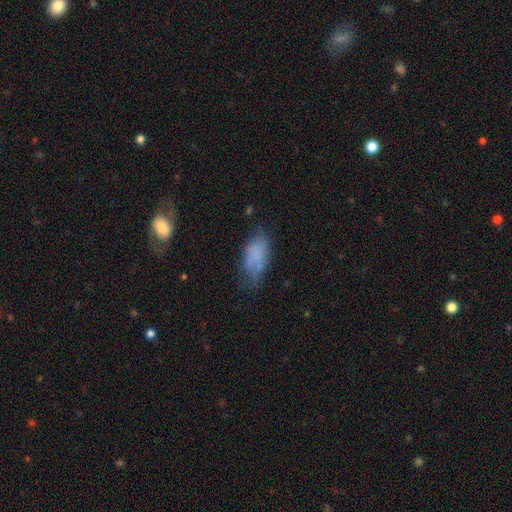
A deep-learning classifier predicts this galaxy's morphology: smooth-or-featured: smooth: 69% | featured or disk: 20% | star or artifact: 10%
  how-rounded: in between: 90% | cigar-shaped: 6% | round: 4%
  merging: none: 47% | minor disturbance: 31% | major disturbance: 17% | merger: 6%